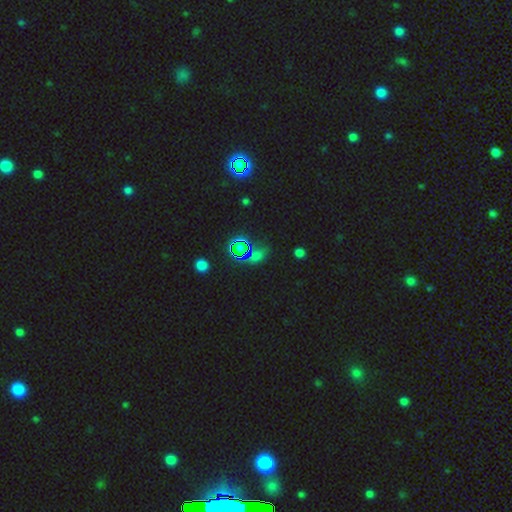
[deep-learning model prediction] smooth-or-featured: star or artifact: 55% | smooth: 36% | featured or disk: 9%